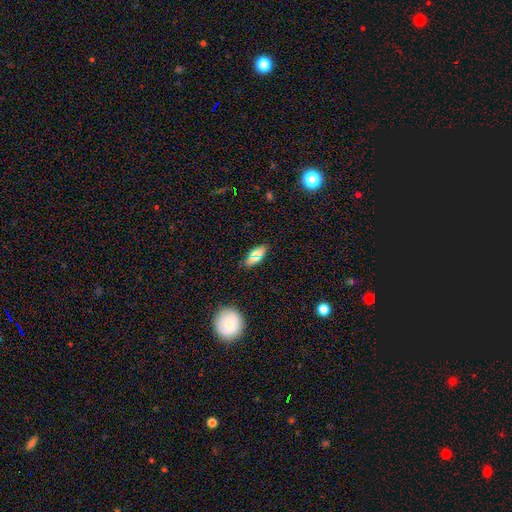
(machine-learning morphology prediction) type=smooth (71%); roundness=in between (71%); merging=none (82%).